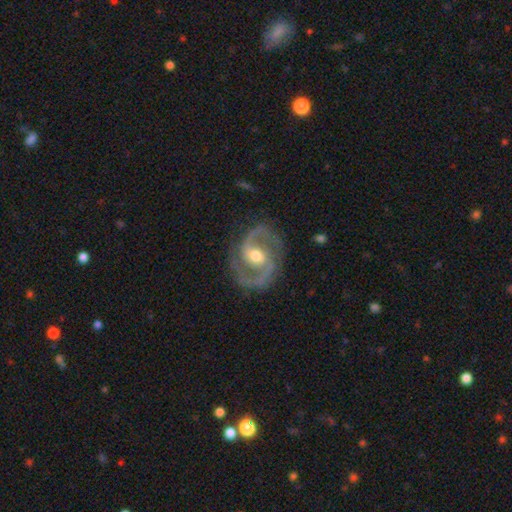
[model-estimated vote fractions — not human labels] A featured or disk galaxy (91%) with a weak bar (46%), 2 (93%) medium (62%) spiral arms (97%) and a moderate central bulge (70%). Merging: none (82%).